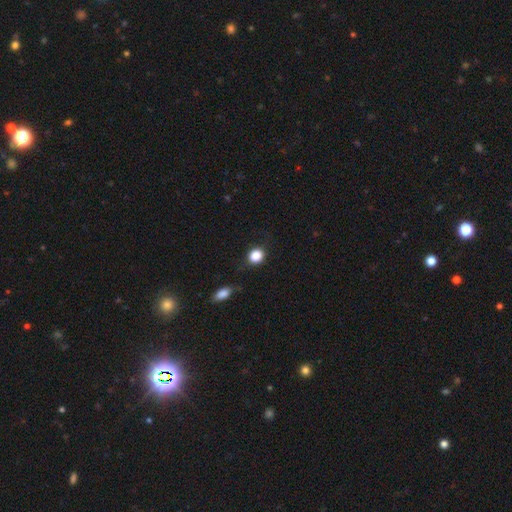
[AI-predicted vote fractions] A smooth galaxy with no disk features (86%) that is round (75%).

Vote fractions:
- Smooth or featured? smooth: 86% / star or artifact: 10% / featured or disk: 4%
- How rounded? round: 75% / in between: 24% / cigar-shaped: 1%
- Merging? none: 80% / minor disturbance: 13% / major disturbance: 4% / merger: 3%